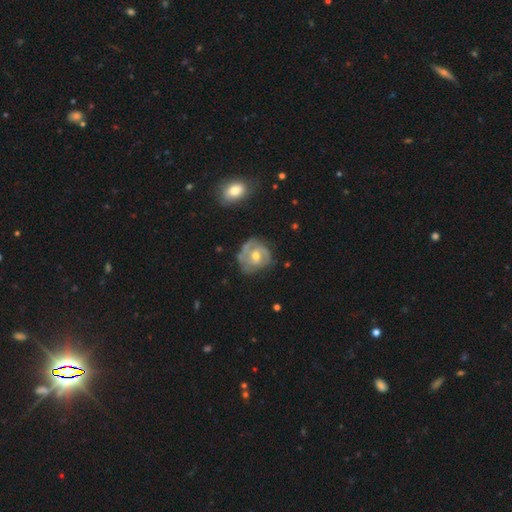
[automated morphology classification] This is likely a featured or disk galaxy (78%). It is clearly not viewed edge-on (98%). Bar: likely no (61%). Spiral arm pattern: clearly yes (88%). Spiral arm count: possibly 2 (49%). Spiral winding: possibly tight (56%). Central bulge: likely moderate (66%). Merging: likely none (63%).